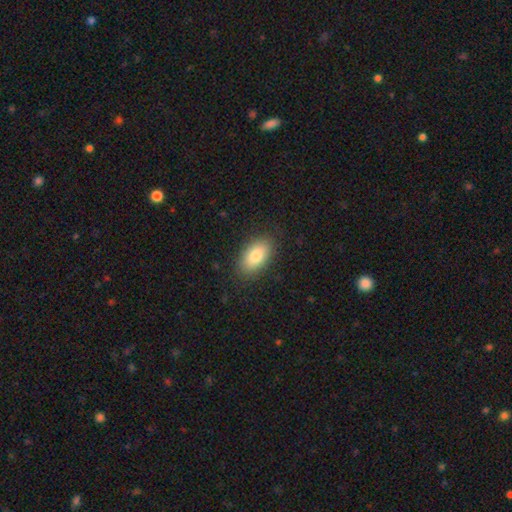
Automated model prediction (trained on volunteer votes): smooth_or_featured: smooth (p=0.83) [alt: featured or disk p=0.09]
how_rounded: in between (p=0.93) [alt: round p=0.04]
merging: none (p=0.87) [alt: minor disturbance p=0.10]